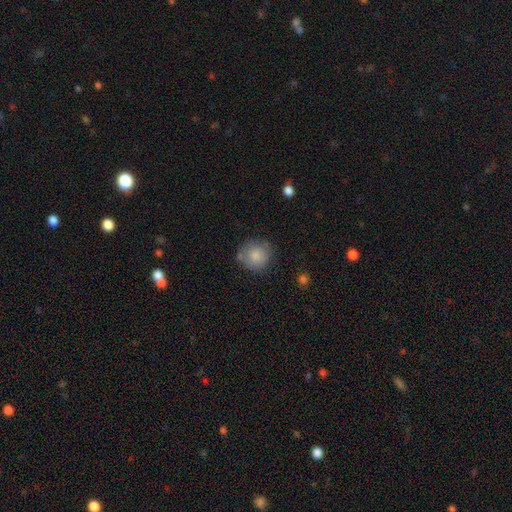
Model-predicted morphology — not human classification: Q: Smooth or featured?
A: smooth (83%); runner-up: featured or disk (9%)
Q: How rounded?
A: round (91%); runner-up: in between (8%)
Q: Merging?
A: none (72%); runner-up: minor disturbance (17%)